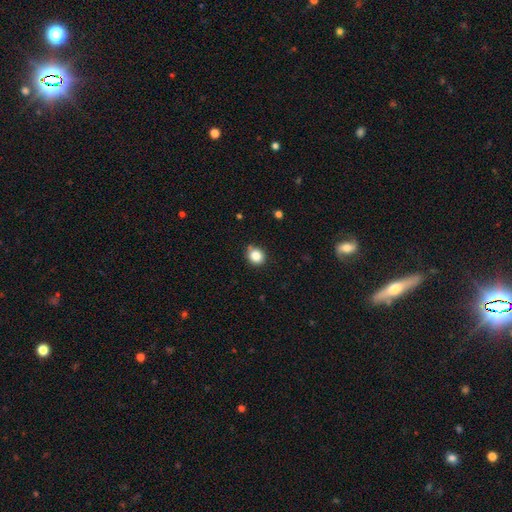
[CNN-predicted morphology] Overall: smooth (84%). How rounded: round (77%). Merging: none (80%).